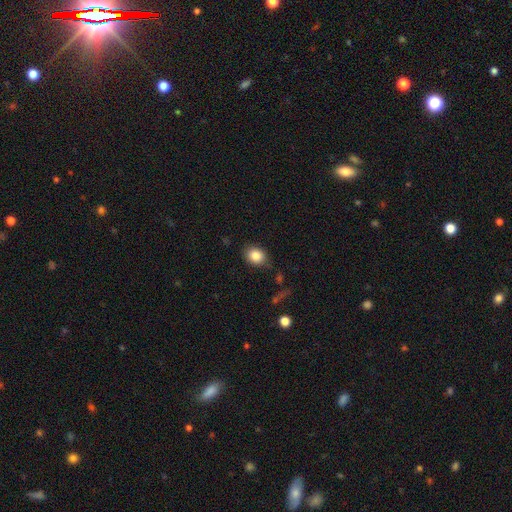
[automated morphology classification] Smooth or featured?
  - smooth: 84% *
  - star or artifact: 9%
  - featured or disk: 7%
How rounded?
  - in between: 50% *
  - round: 49%
  - cigar-shaped: 1%
Merging?
  - none: 81% *
  - minor disturbance: 13%
  - major disturbance: 3%
  - merger: 2%